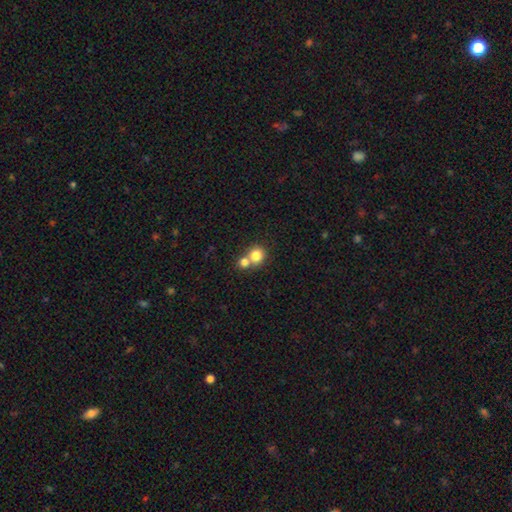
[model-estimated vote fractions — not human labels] smooth 80%, star or artifact 10%, featured or disk 10%. Down the decision tree: how rounded — round (85%); merging — merger (53%).